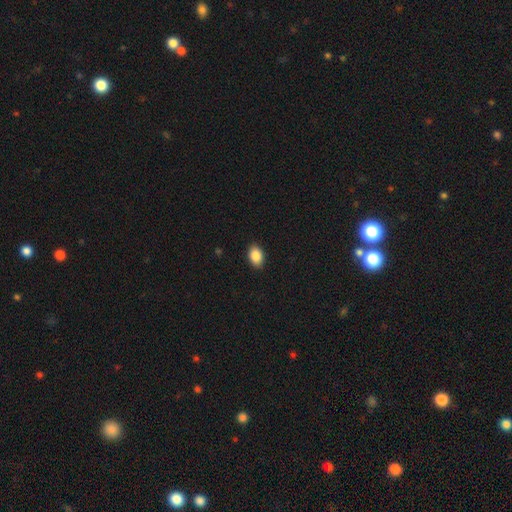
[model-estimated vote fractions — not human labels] This appears to be a smooth galaxy with no disk features (88%) that is in between round and cigar-shaped (84%). Merging: none (89%).